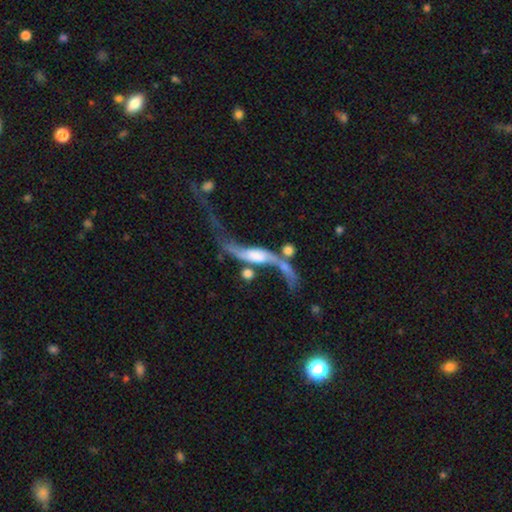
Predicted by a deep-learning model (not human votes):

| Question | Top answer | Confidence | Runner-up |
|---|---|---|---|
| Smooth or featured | featured or disk | 82% | smooth (12%) |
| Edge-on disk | no | 78% | yes (22%) |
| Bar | no | 49% | weak (30%) |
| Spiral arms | yes | 90% | no (10%) |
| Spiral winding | loose | 94% | medium (4%) |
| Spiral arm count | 2 | 92% | 1 (3%) |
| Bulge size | none | 26% | tied: moderate (26%) |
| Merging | none | 33% | merger (31%) |